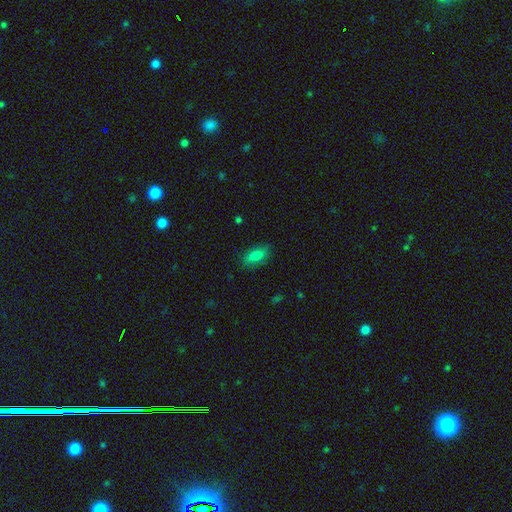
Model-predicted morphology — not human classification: A smooth galaxy with no disk features (82%) that is in between round and cigar-shaped (80%).

Vote fractions:
- Smooth or featured? smooth: 82% / featured or disk: 10% / star or artifact: 9%
- How rounded? in between: 80% / cigar-shaped: 17% / round: 3%
- Merging? none: 84% / minor disturbance: 12% / major disturbance: 3% / merger: 1%